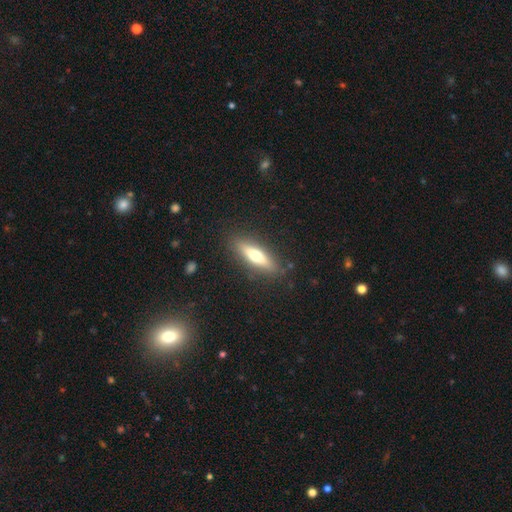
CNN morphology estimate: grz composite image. It shows a smooth galaxy with no disk features (52%) that is cigar-shaped (66%). Merging: none (87%).